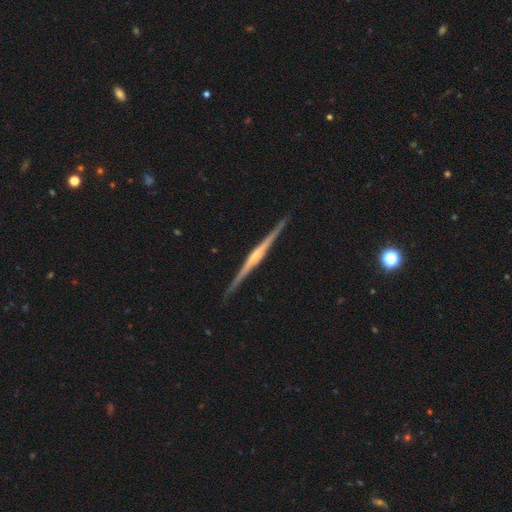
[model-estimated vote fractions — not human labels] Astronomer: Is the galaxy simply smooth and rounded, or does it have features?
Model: featured or disk — 85%.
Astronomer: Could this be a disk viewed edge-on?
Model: yes — 99%.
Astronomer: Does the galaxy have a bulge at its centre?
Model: rounded — 72%.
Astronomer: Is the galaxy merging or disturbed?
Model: none — 90%.